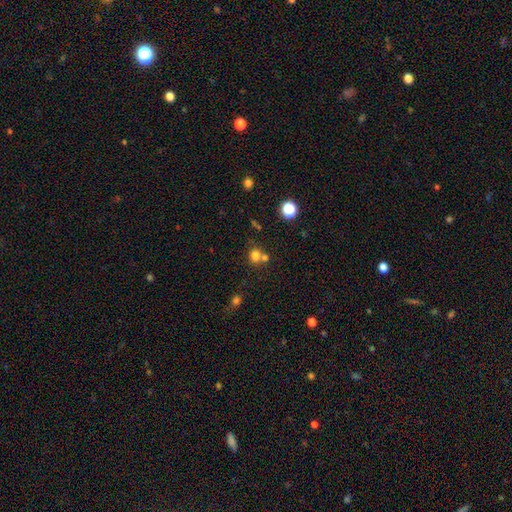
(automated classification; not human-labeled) Q: Smooth or featured?
A: smooth (75%); runner-up: star or artifact (16%)
Q: How rounded?
A: round (79%); runner-up: in between (20%)
Q: Merging?
A: none (54%); runner-up: merger (34%)